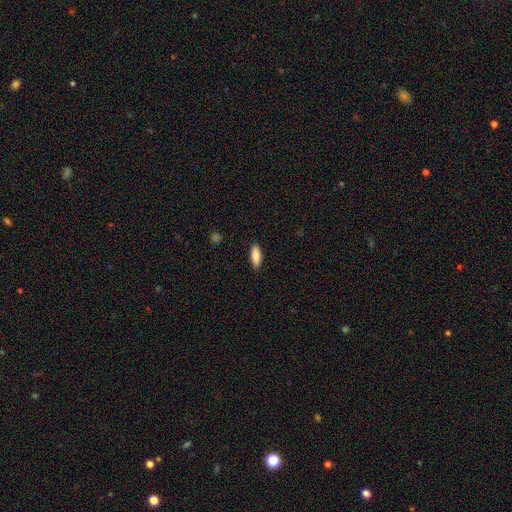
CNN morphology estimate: Smooth or featured? Predicted: smooth (p=0.83). How rounded? Predicted: in between (p=0.69). Merging? Predicted: none (p=0.89).